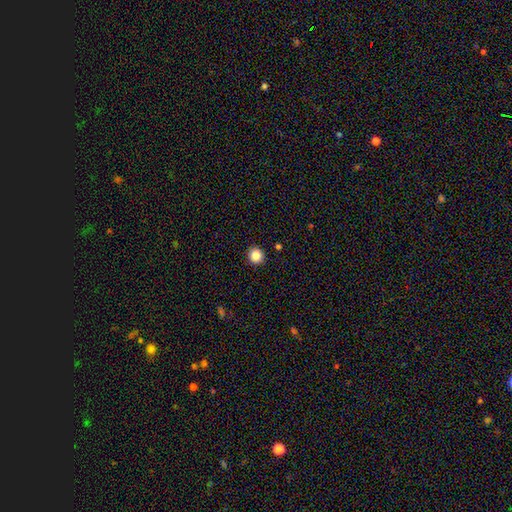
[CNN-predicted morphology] This appears to be a smooth galaxy with no disk features (85%) that is round (93%). Merging: none (93%).